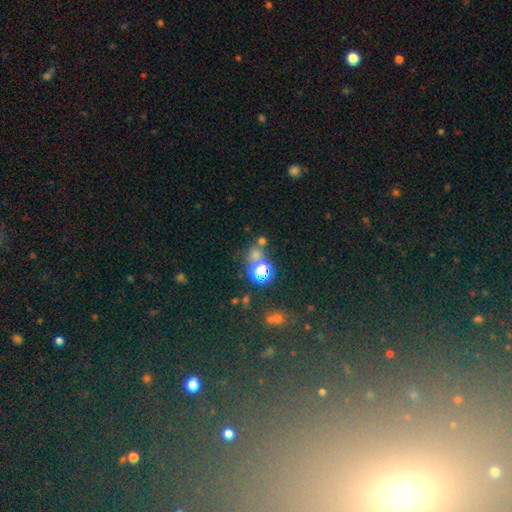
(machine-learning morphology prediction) This is possibly a star or artifact rather than a galaxy (53%).